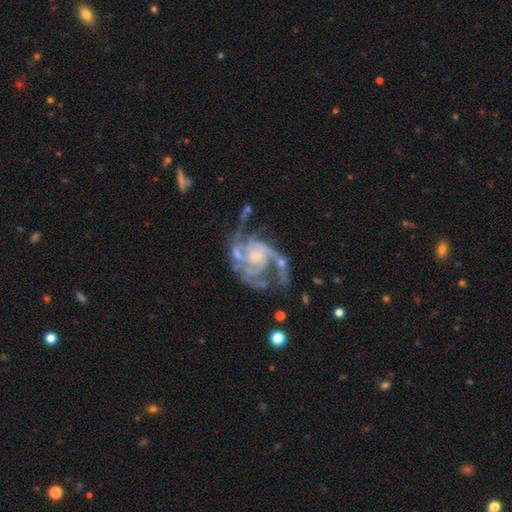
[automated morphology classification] Smooth or featured? featured or disk (90%)
Edge-on disk? no (98%)
Bar? no (69%)
Spiral arms? yes (96%)
Spiral winding? medium (47%)
Spiral arm count? 3 (36%)
Bulge size? small (63%)
Merging? none (44%)